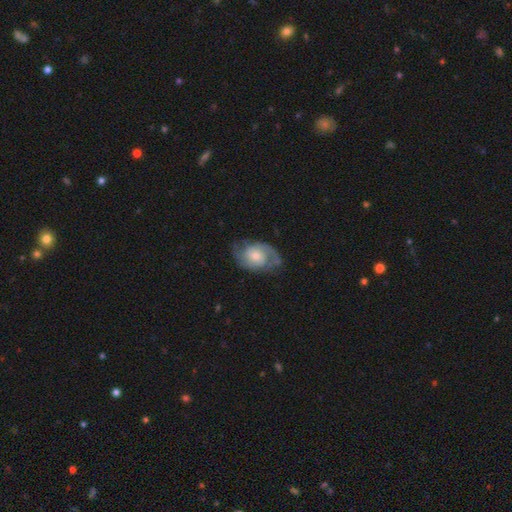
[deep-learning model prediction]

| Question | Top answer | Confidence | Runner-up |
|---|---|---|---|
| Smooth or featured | featured or disk | 78% | smooth (16%) |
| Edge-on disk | no | 97% | yes (3%) |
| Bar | no | 66% | weak (30%) |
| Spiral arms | yes | 93% | no (7%) |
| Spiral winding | medium | 48% | tight (31%) |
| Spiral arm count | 2 | 80% | can't tell (9%) |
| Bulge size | moderate | 48% | small (40%) |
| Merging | none | 68% | minor disturbance (20%) |